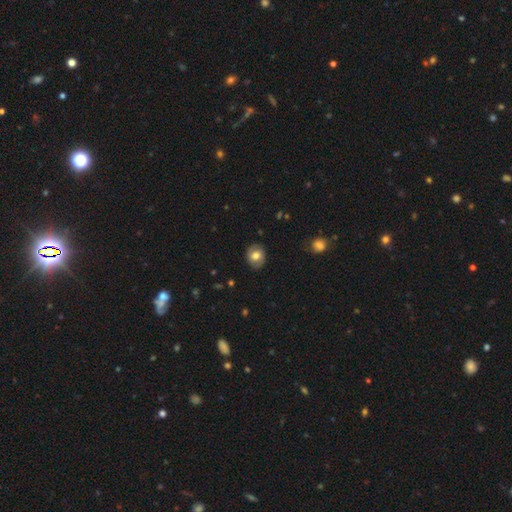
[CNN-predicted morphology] Q: Smooth or featured?
A: smooth (68%); runner-up: featured or disk (24%)
Q: How rounded?
A: round (66%); runner-up: in between (33%)
Q: Merging?
A: none (85%); runner-up: minor disturbance (11%)